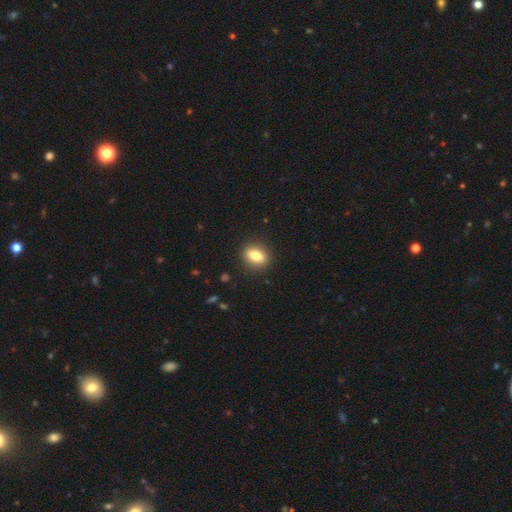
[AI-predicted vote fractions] A smooth galaxy with no disk features (78%) that is in between round and cigar-shaped (69%).

Vote fractions:
- Smooth or featured? smooth: 78% / featured or disk: 14% / star or artifact: 8%
- How rounded? in between: 69% / round: 25% / cigar-shaped: 6%
- Merging? none: 89% / minor disturbance: 8% / major disturbance: 2% / merger: 1%